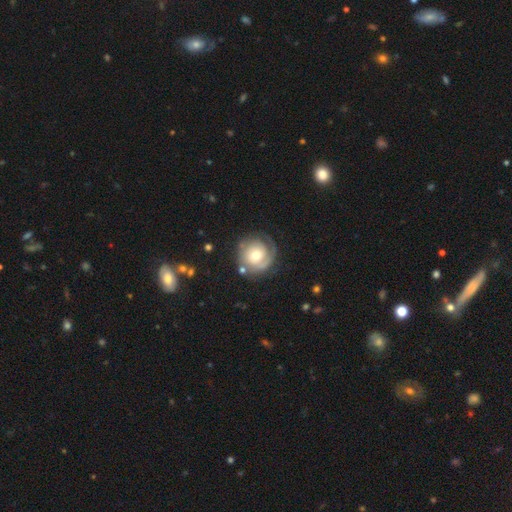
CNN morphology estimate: smooth-or-featured: featured or disk: 65% | smooth: 29% | star or artifact: 7%
  disk-edge-on: no: 97% | yes: 3%
    bar: no: 77% | weak: 19% | strong: 4%
    has-spiral-arms: yes: 84% | no: 16%
      spiral-winding: tight: 66% | medium: 23% | loose: 11%
      spiral-arm-count: 1: 41% | 2: 26% | can't tell: 22% | 3: 6% | 4: 2% | more than 4: 2%
    bulge-size: moderate: 66% | small: 25% | large: 7% | dominant: 1% | none: 1%
  merging: none: 71% | minor disturbance: 16% | major disturbance: 10% | merger: 4%